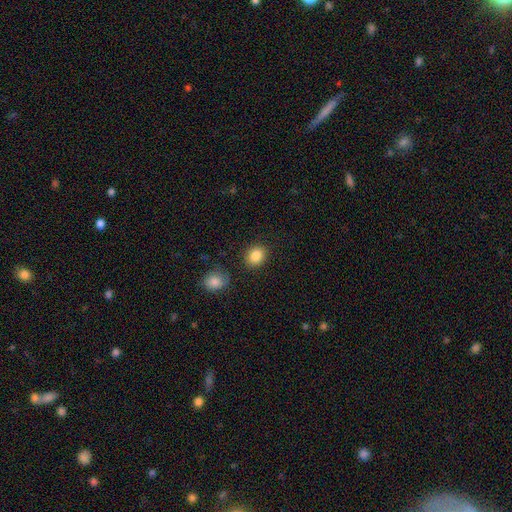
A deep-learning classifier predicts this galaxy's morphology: smooth 87%, star or artifact 9%, featured or disk 5%. Down the decision tree: how rounded — round (55%); merging — none (86%).